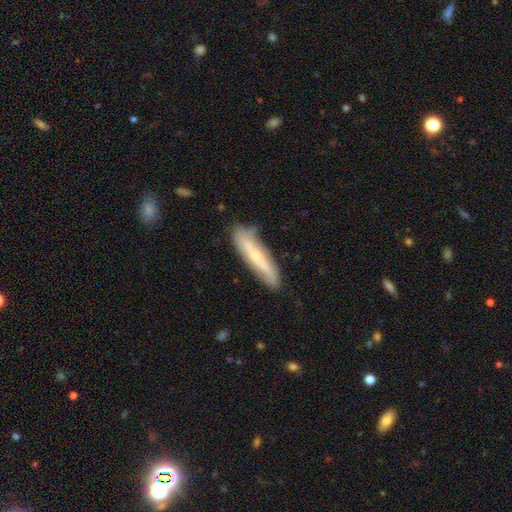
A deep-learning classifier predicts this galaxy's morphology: This appears to be a featured or disk galaxy (53%) viewed edge-on (58%). Merging: none (80%).